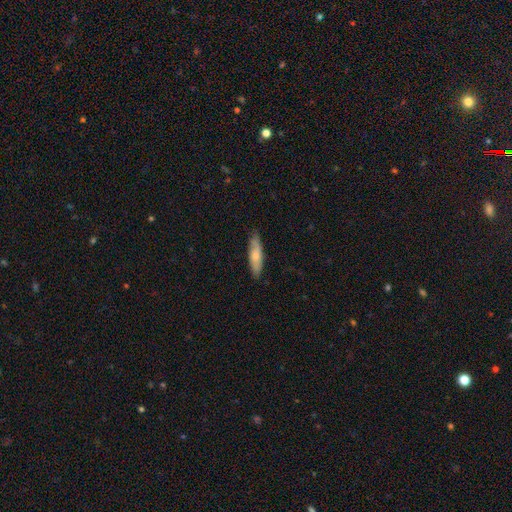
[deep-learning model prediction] This is likely a smooth galaxy (69%). How rounded: likely cigar-shaped (65%). Merging: clearly none (83%).